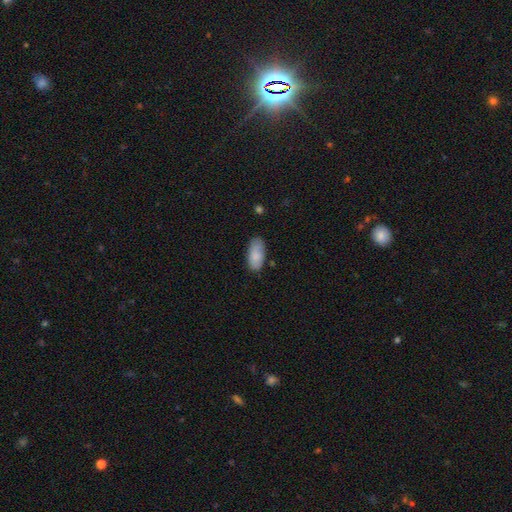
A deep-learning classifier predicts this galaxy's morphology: The model was most divided on "merging": none: 76%, minor disturbance: 19%, major disturbance: 3%, merger: 2%. More confident: how rounded — in between (92%); smooth or featured — smooth (87%).